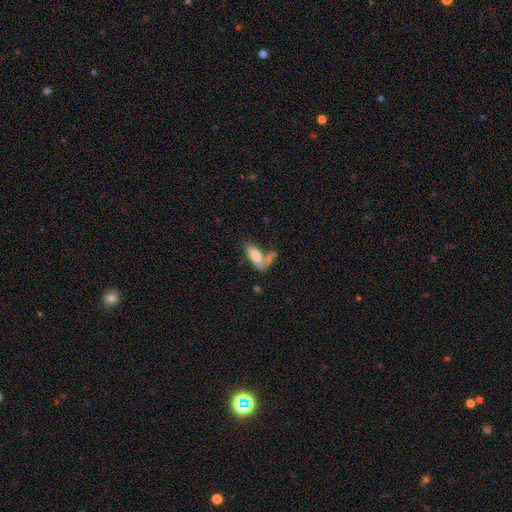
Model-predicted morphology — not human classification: smooth 77%, featured or disk 16%, star or artifact 7%. Down the decision tree: how rounded — in between (83%); merging — none (44%).